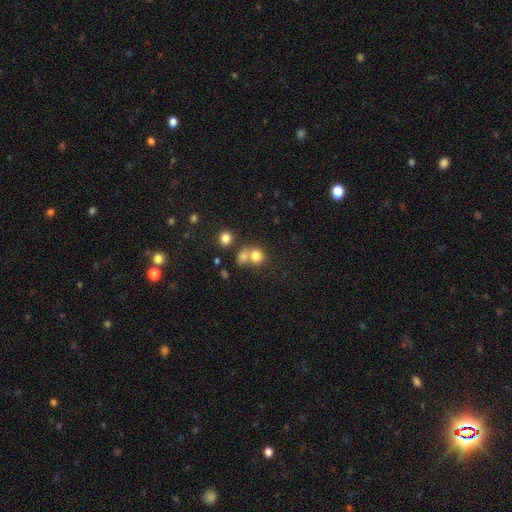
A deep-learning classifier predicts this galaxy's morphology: Smooth or featured? Predicted: smooth (p=0.77). How rounded? Predicted: round (p=0.79). Merging? Predicted: merger (p=0.47).